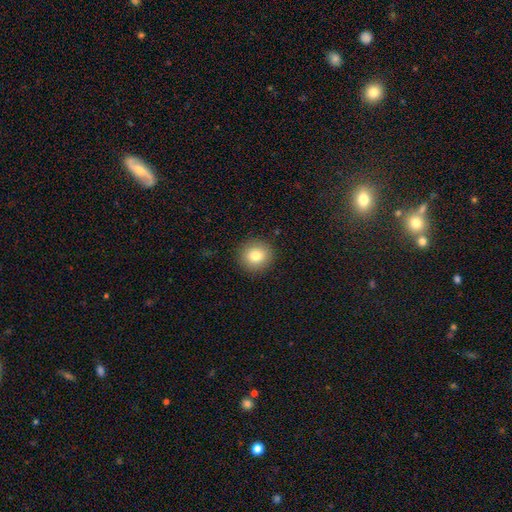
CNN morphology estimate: type=smooth (79%); roundness=round (92%); merging=none (91%).